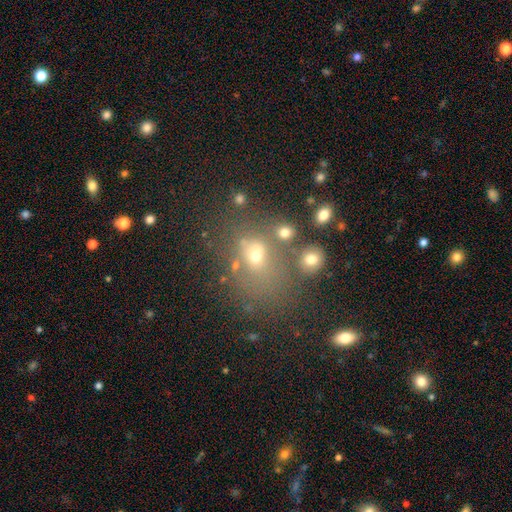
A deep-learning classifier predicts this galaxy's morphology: Smooth or featured: smooth — 50% (star or artifact — 31%)
How rounded: in between — 50% (round — 48%)
Merging: none — 58% (merger — 17%)